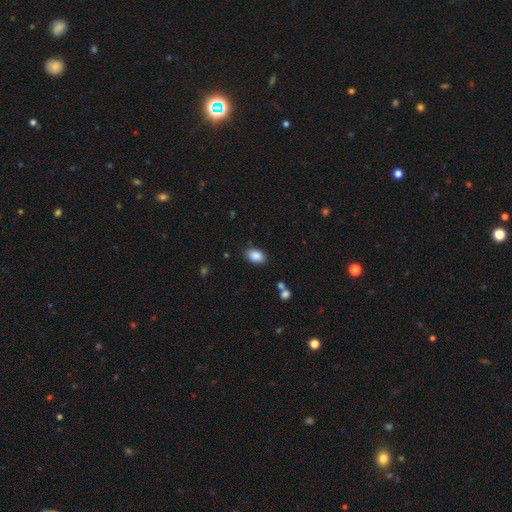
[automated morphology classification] Smooth or featured: smooth — 87% (star or artifact — 8%)
How rounded: in between — 87% (round — 11%)
Merging: none — 84% (minor disturbance — 11%)